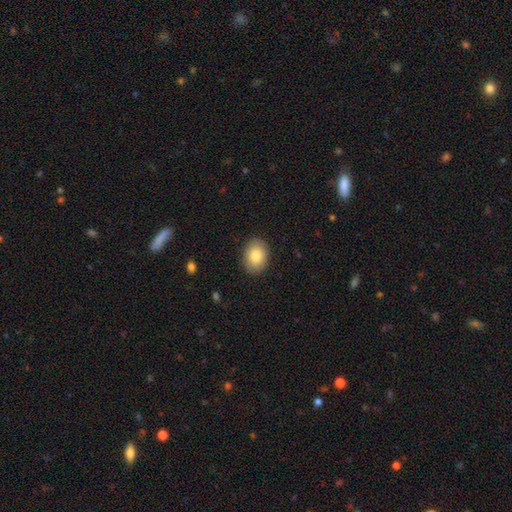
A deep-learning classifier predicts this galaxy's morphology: Overall: smooth (83%). How rounded: in between (76%). Merging: none (88%).